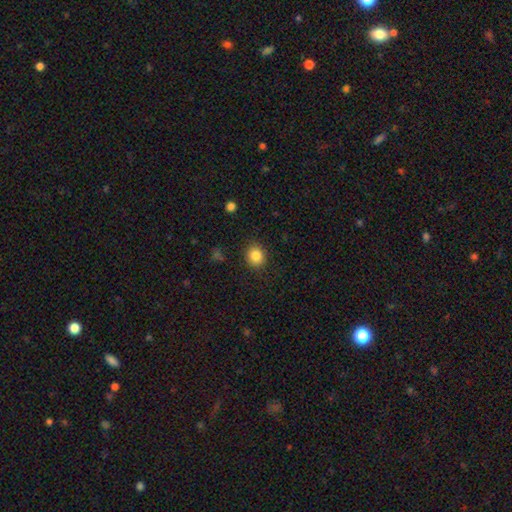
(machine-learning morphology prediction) Smooth or featured? smooth (84%)
How rounded? round (76%)
Merging? none (89%)